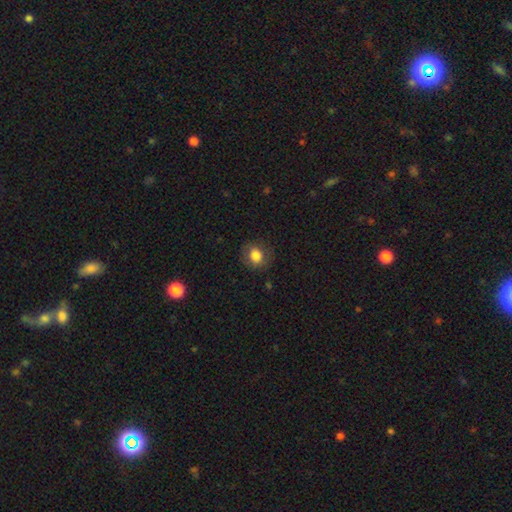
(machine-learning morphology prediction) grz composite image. It shows a smooth galaxy with no disk features (81%) that is round (69%). Merging: none (79%).